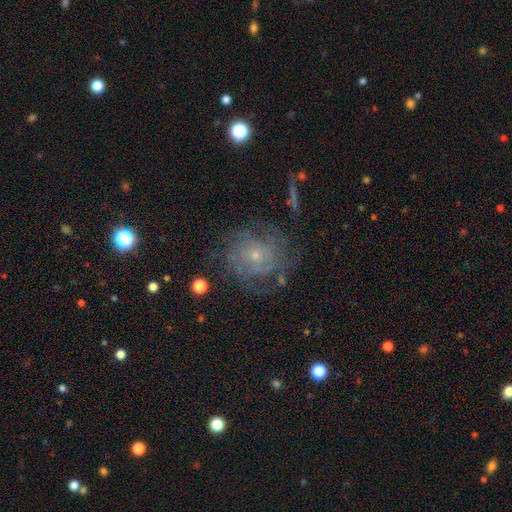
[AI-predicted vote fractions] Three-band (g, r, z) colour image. It shows a featured or disk galaxy (70%) with no bar (80%), tight (63%) spiral arms (81%) and a small central bulge (70%). Merging: none (67%).